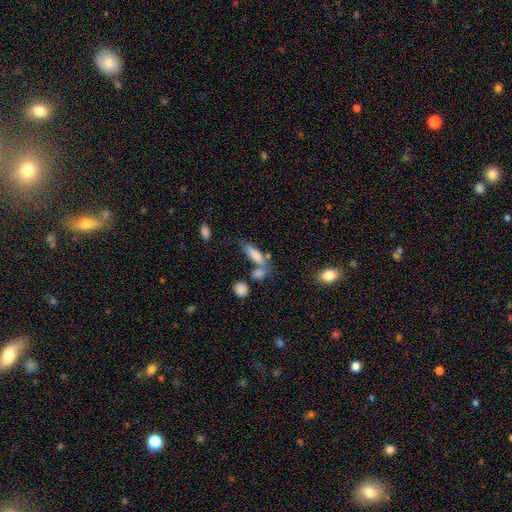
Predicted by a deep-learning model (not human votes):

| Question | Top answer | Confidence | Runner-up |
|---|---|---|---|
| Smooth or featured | smooth | 76% | featured or disk (15%) |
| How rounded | in between | 58% | cigar-shaped (39%) |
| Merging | none | 39% | merger (34%) |